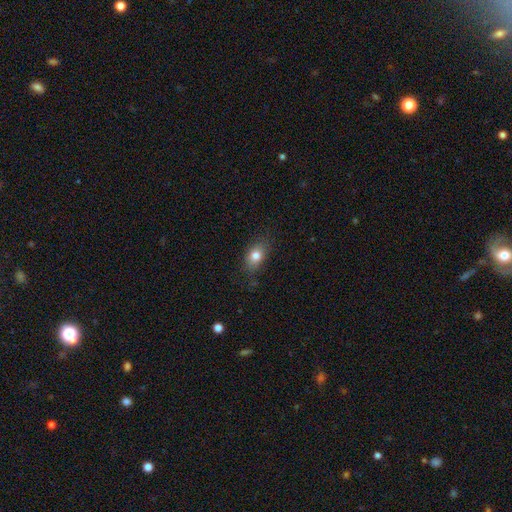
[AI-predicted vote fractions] smooth 78%, featured or disk 13%, star or artifact 10%. Down the decision tree: how rounded — in between (80%); merging — none (79%).